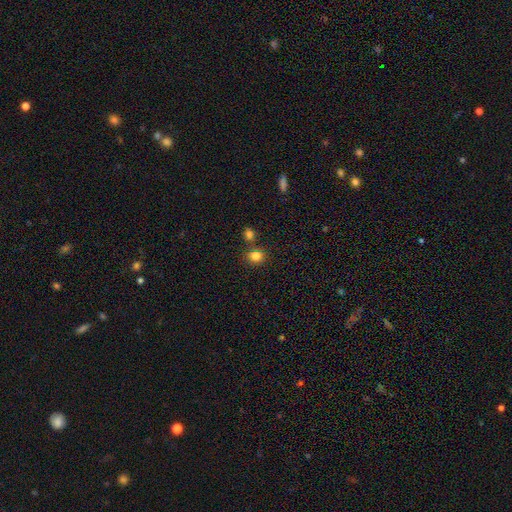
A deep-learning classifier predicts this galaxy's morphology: A smooth galaxy with no disk features (81%) that is round (79%). Merging: none (72%).